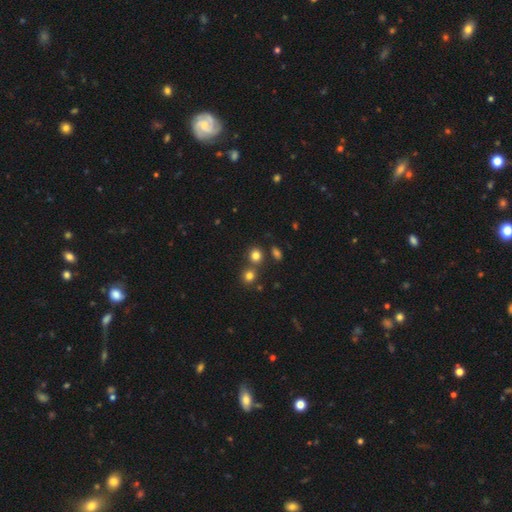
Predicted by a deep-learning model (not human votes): Morphology: type=smooth (78%); roundness=round (79%); merging=none (68%).